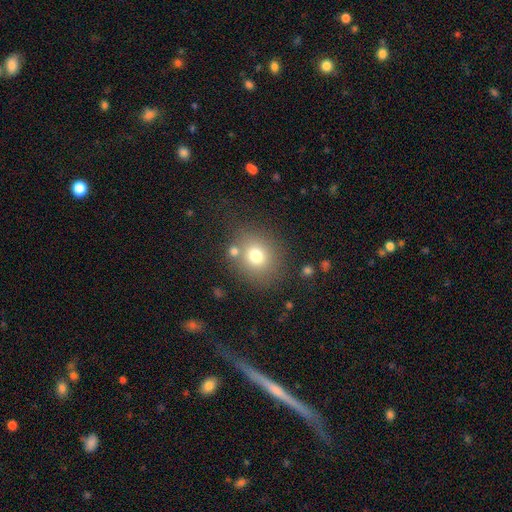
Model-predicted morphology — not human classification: Smooth or featured? Predicted: smooth (p=0.73). How rounded? Predicted: round (p=0.78). Merging? Predicted: none (p=0.72).